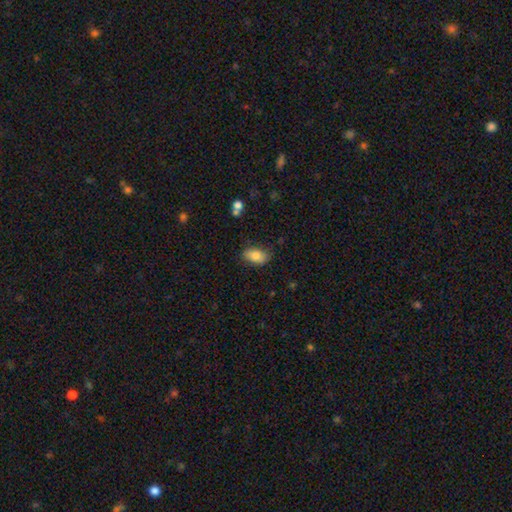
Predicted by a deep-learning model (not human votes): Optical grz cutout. It shows a smooth galaxy with no disk features (81%) that is in between round and cigar-shaped (91%). Merging: none (79%).